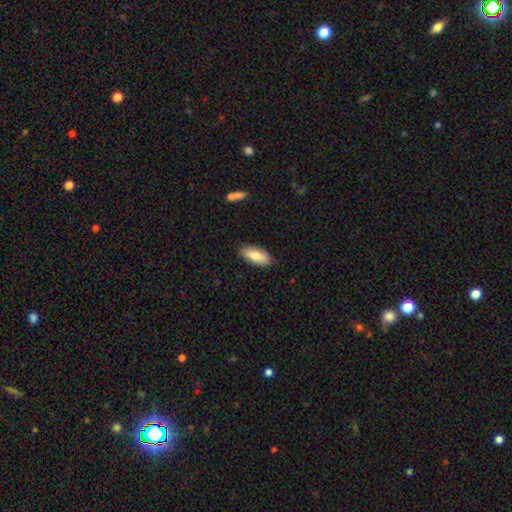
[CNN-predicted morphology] Q: Smooth or featured?
A: smooth (78%); runner-up: featured or disk (16%)
Q: How rounded?
A: in between (81%); runner-up: cigar-shaped (17%)
Q: Merging?
A: none (87%); runner-up: minor disturbance (10%)